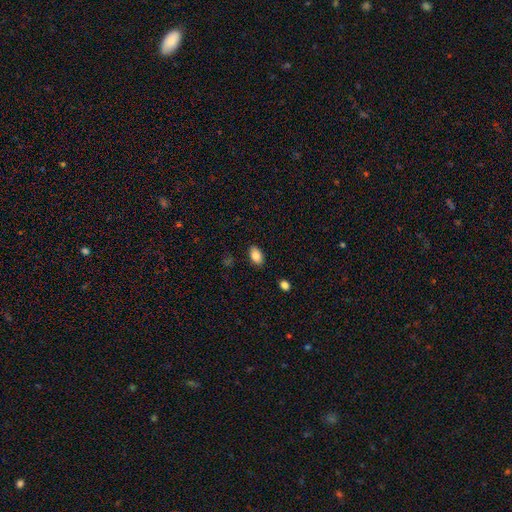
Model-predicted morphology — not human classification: smooth 86%, star or artifact 8%, featured or disk 7%. Down the decision tree: how rounded — in between (92%); merging — none (87%).